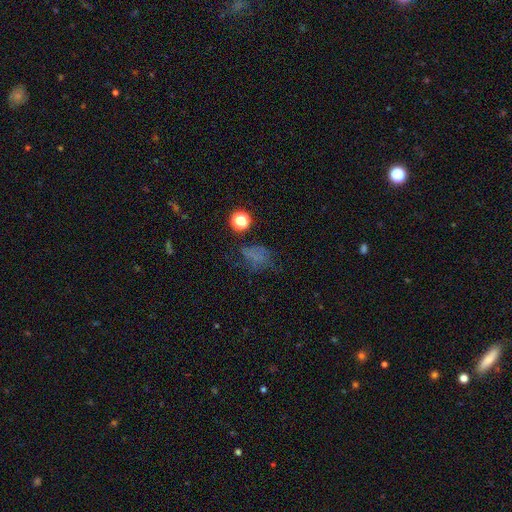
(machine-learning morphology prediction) The model was most divided on "smooth or featured": smooth: 48%, star or artifact: 30%, featured or disk: 22%. Remaining: merging — none (48%).